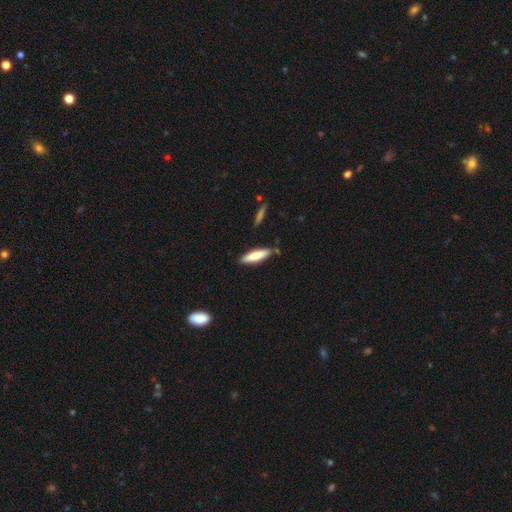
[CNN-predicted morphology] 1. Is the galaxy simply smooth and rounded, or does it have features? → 80% smooth, 14% featured or disk, 5% star or artifact.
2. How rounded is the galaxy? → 73% cigar-shaped, 25% in between, 1% round.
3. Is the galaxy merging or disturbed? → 82% none, 12% minor disturbance, 3% merger, 2% major disturbance.